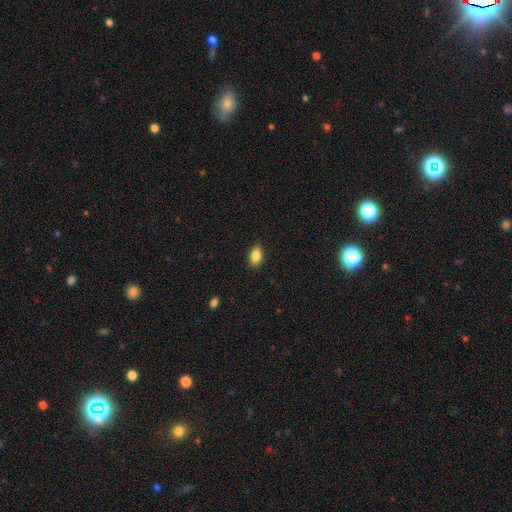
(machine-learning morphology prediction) Smooth or featured?
  - smooth: 87% *
  - star or artifact: 8%
  - featured or disk: 5%
How rounded?
  - in between: 90% *
  - round: 8%
  - cigar-shaped: 2%
Merging?
  - none: 89% *
  - minor disturbance: 8%
  - major disturbance: 2%
  - merger: 1%